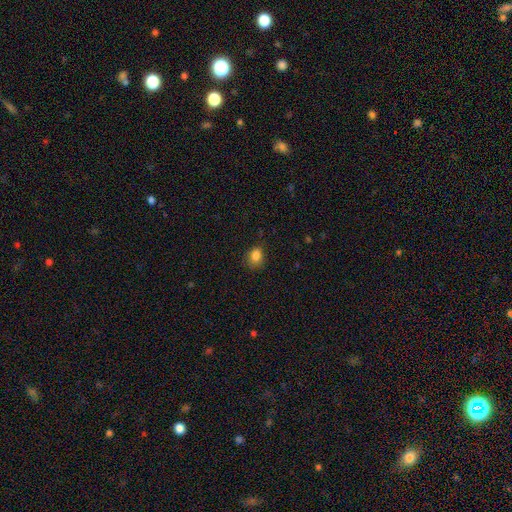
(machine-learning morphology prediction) smooth_or_featured: smooth (p=0.83) [alt: star or artifact p=0.11]
how_rounded: in between (p=0.55) [alt: round p=0.44]
merging: none (p=0.71) [alt: minor disturbance p=0.22]